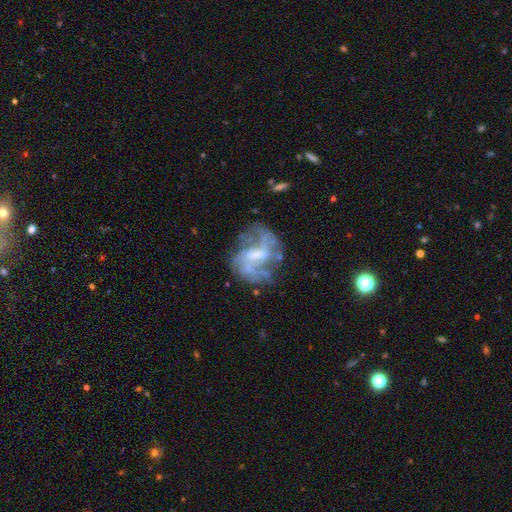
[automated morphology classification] type=featured or disk (78%); edge-on=no (97%); bar=weak (49%); spiral arms=yes (72%); winding=medium (42%); arm count=can't tell (37%); bulge=moderate (34%); merging=none (55%).